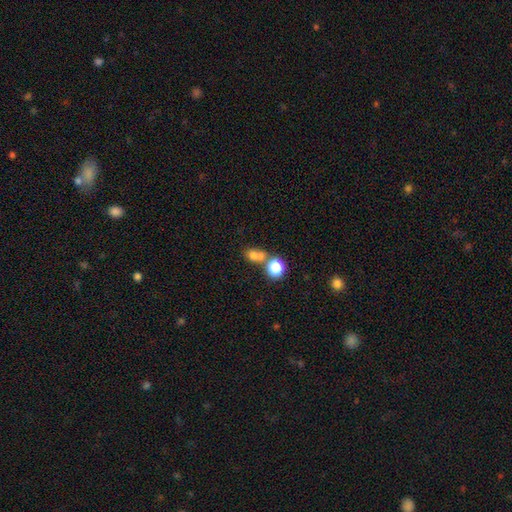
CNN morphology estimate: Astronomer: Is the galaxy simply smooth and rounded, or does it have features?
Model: smooth — 74%.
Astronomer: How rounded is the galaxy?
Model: round — 58% (runner-up: in between, 40%).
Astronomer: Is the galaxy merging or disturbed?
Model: merger — 50% (runner-up: none, 36%).